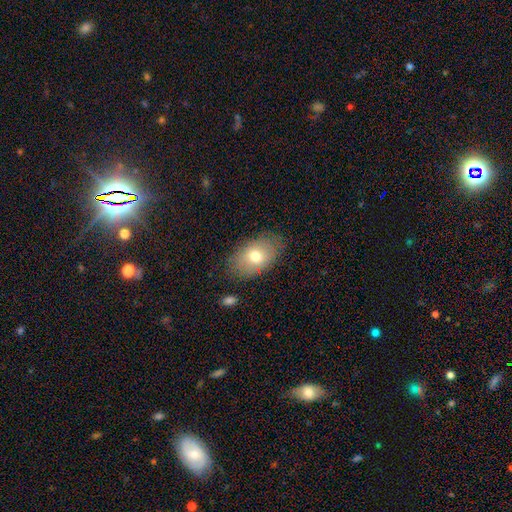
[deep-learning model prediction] A smooth galaxy with no disk features (73%) that is in between round and cigar-shaped (87%). Merging: none (79%).